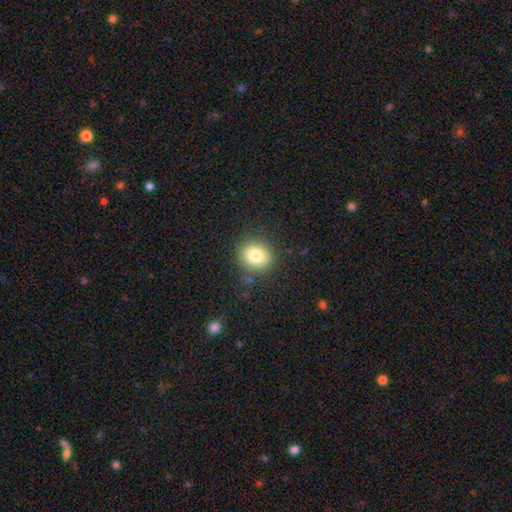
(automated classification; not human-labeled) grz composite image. It shows a smooth galaxy with no disk features (79%) that is round (78%). Merging: none (85%).